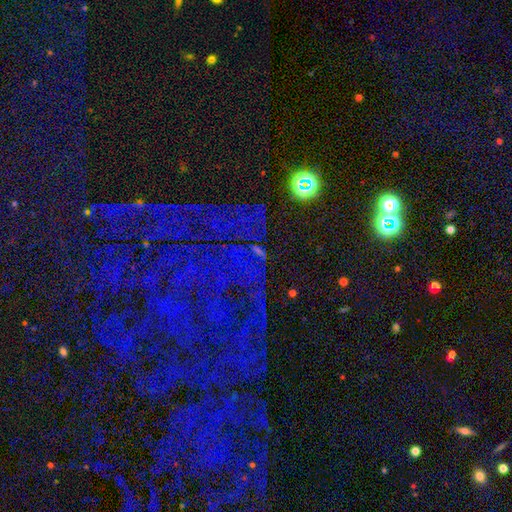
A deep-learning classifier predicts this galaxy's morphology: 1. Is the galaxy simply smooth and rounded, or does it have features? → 77% star or artifact, 12% featured or disk, 11% smooth.